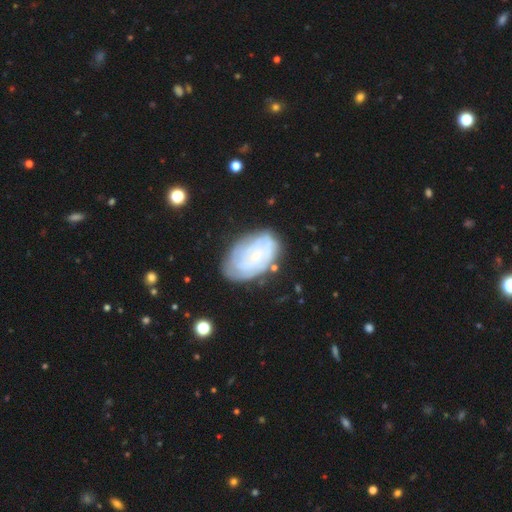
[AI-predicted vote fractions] featured or disk 64%, smooth 28%, star or artifact 8%. Down the decision tree: edge-on disk — no (96%); bar — no (78%); spiral arms — yes (81%); bulge size — small (77%); merging — none (69%).